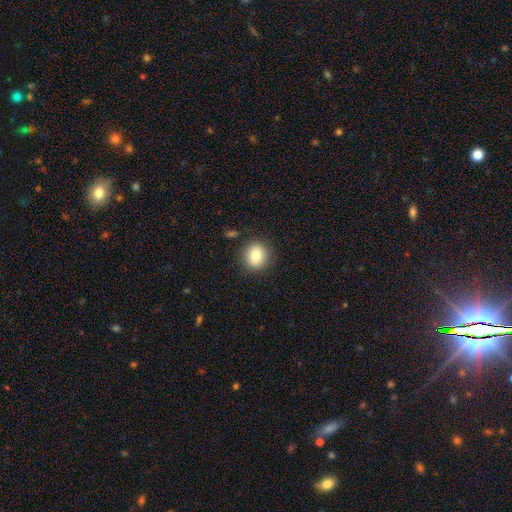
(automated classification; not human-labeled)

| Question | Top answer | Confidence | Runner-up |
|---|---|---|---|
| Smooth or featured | smooth | 81% | star or artifact (10%) |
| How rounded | round | 83% | in between (16%) |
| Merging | none | 88% | minor disturbance (8%) |